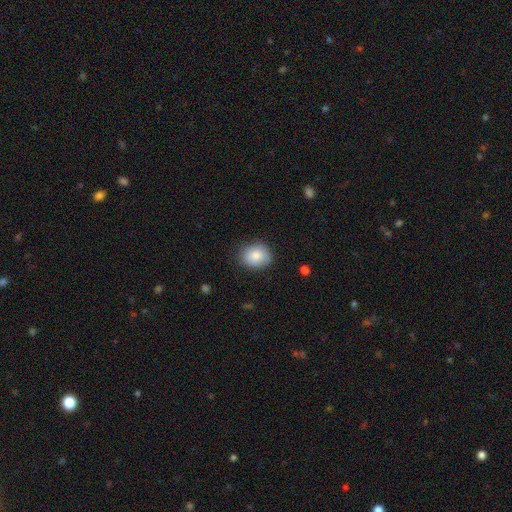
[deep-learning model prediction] Smooth or featured?
  - smooth: 85% *
  - star or artifact: 7%
  - featured or disk: 7%
How rounded?
  - round: 60% *
  - in between: 40%
  - cigar-shaped: 1%
Merging?
  - none: 83% *
  - minor disturbance: 13%
  - major disturbance: 3%
  - merger: 1%